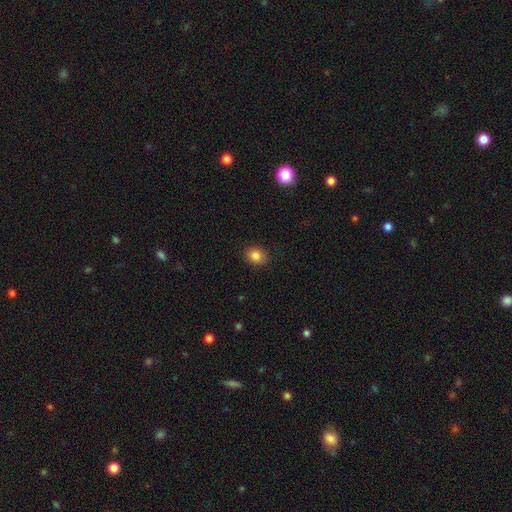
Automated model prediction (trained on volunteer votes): Smooth or featured?
  - smooth: 85% *
  - star or artifact: 10%
  - featured or disk: 5%
How rounded?
  - round: 54% *
  - in between: 45%
  - cigar-shaped: 1%
Merging?
  - none: 88% *
  - minor disturbance: 9%
  - major disturbance: 2%
  - merger: 1%